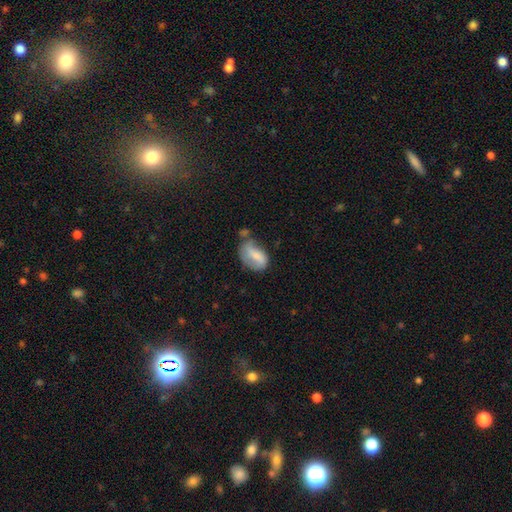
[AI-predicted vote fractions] This appears to be a smooth galaxy with no disk features (61%) that is in between round and cigar-shaped (87%). Merging: none (34%).